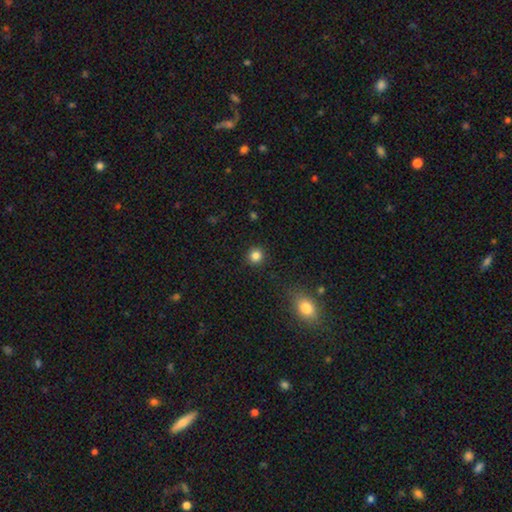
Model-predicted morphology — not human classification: Smooth or featured: smooth — 84% (star or artifact — 12%)
How rounded: round — 93% (in between — 6%)
Merging: none — 91% (minor disturbance — 6%)